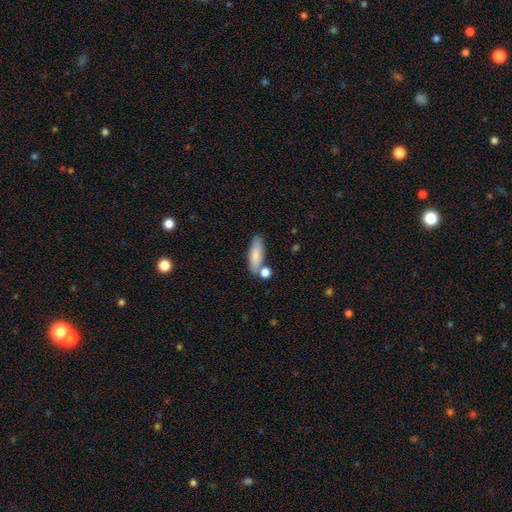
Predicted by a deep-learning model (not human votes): Smooth or featured? smooth (82%)
How rounded? in between (59%)
Merging? none (66%)